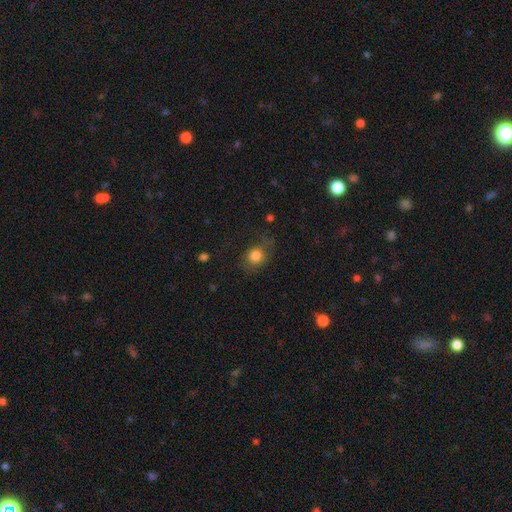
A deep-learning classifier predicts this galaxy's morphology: A smooth galaxy with no disk features (79%) that is round (74%). Merging: none (62%).